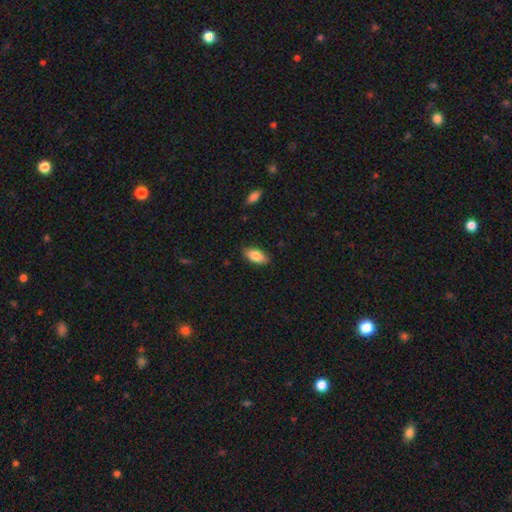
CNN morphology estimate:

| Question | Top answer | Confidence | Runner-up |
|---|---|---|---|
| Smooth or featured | smooth | 82% | featured or disk (11%) |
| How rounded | in between | 89% | cigar-shaped (9%) |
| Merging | none | 85% | minor disturbance (12%) |